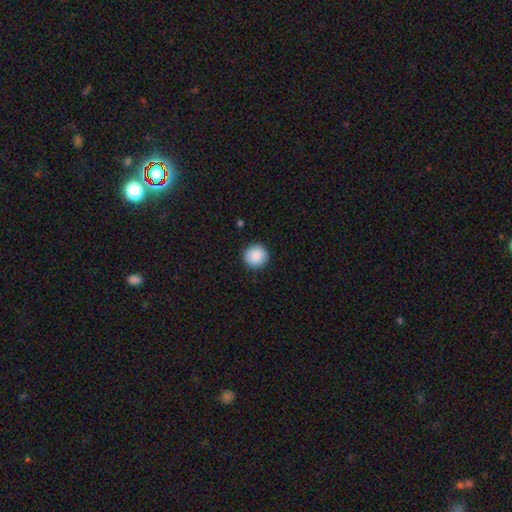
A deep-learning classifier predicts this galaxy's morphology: type=smooth (89%); roundness=round (93%); merging=none (92%).